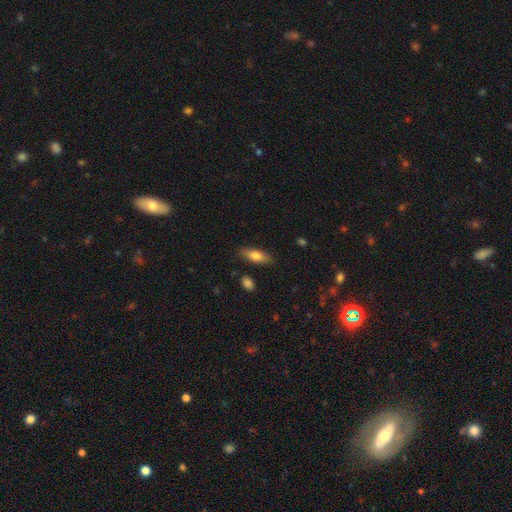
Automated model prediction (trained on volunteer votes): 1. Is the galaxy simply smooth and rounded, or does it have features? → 78% smooth, 16% featured or disk, 6% star or artifact.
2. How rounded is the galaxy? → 71% in between, 27% cigar-shaped, 3% round.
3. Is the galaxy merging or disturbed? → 83% none, 12% minor disturbance, 3% major disturbance, 2% merger.